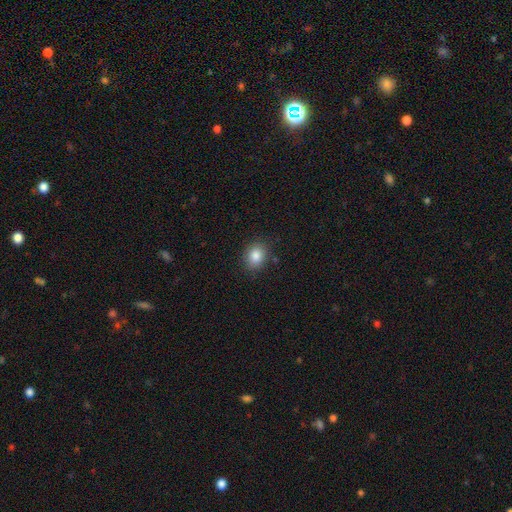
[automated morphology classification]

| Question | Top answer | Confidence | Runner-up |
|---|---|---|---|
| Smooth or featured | smooth | 85% | star or artifact (10%) |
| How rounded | in between | 53% | round (46%) |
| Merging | none | 85% | minor disturbance (11%) |